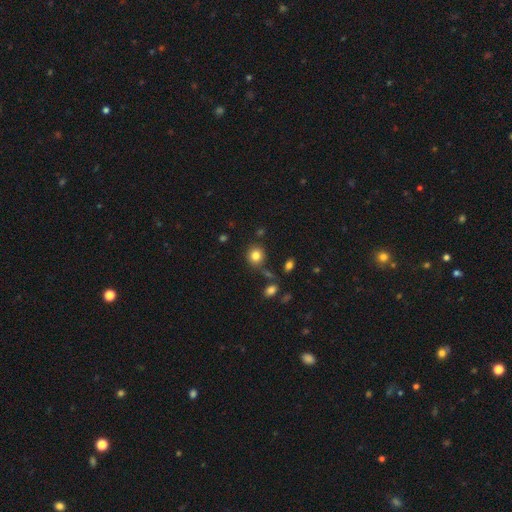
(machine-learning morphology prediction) This appears to be a smooth galaxy with no disk features (82%) that is round (82%). Merging: none (78%).